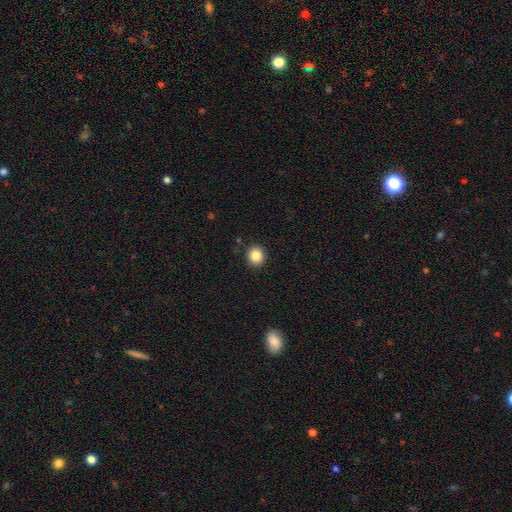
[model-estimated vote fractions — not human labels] smooth-or-featured: smooth: 85% | star or artifact: 10% | featured or disk: 5%
  how-rounded: round: 82% | in between: 17% | cigar-shaped: 1%
  merging: none: 90% | minor disturbance: 6% | major disturbance: 2% | merger: 1%